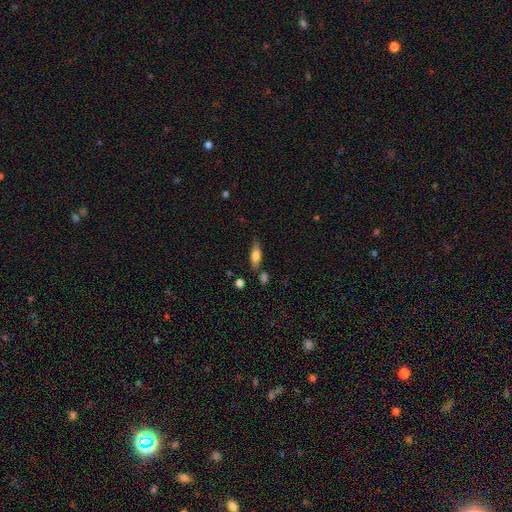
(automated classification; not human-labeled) The model was most divided on "how rounded": in between: 64%, cigar-shaped: 33%, round: 3%. More confident: smooth or featured — smooth (69%); merging — none (69%).